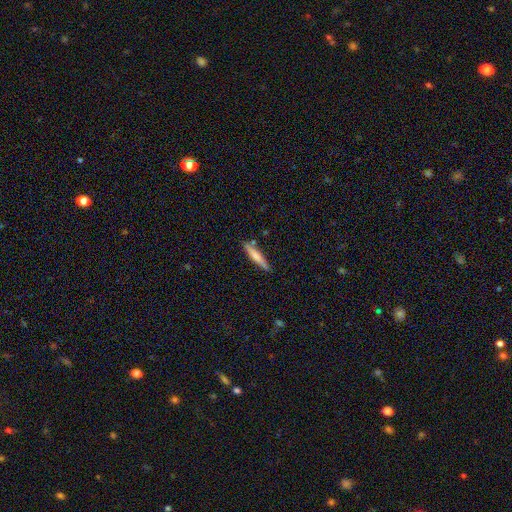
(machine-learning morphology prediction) Smooth or featured?
  - smooth: 61% *
  - featured or disk: 33%
  - star or artifact: 6%
How rounded?
  - cigar-shaped: 92% *
  - in between: 7%
  - round: 1%
Merging?
  - none: 84% *
  - minor disturbance: 11%
  - merger: 4%
  - major disturbance: 2%